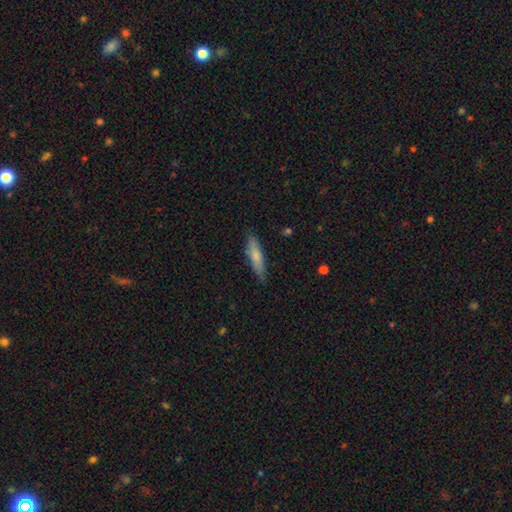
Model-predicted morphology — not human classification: smooth-or-featured: smooth: 73% | featured or disk: 22% | star or artifact: 6%
  how-rounded: cigar-shaped: 79% | in between: 20% | round: 2%
  merging: none: 83% | minor disturbance: 13% | major disturbance: 2% | merger: 1%